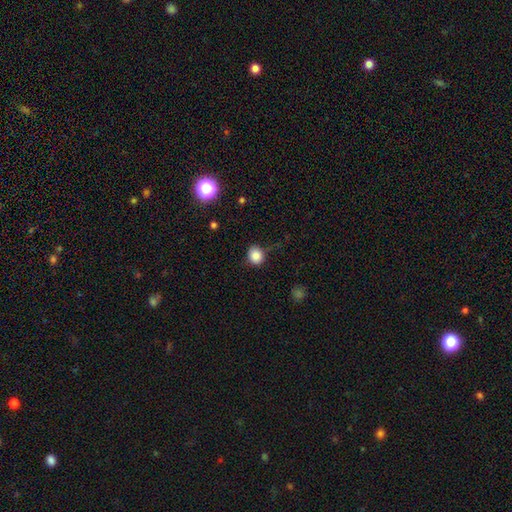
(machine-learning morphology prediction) smooth-or-featured: smooth: 84% | star or artifact: 11% | featured or disk: 5%
  how-rounded: round: 72% | in between: 27% | cigar-shaped: 1%
  merging: none: 75% | minor disturbance: 18% | major disturbance: 5% | merger: 2%